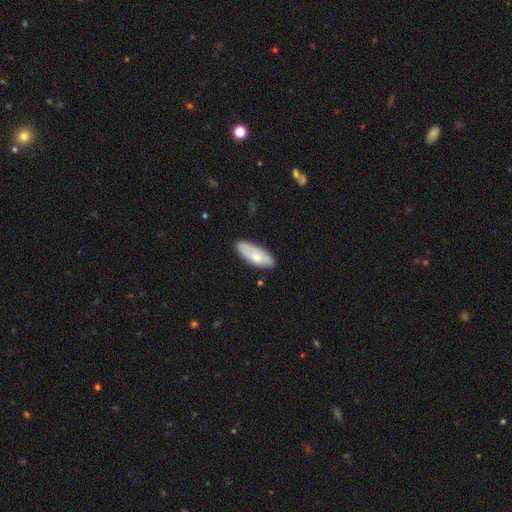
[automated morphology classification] Q: Smooth or featured?
A: smooth (69%); runner-up: featured or disk (25%)
Q: How rounded?
A: in between (78%); runner-up: cigar-shaped (20%)
Q: Merging?
A: none (77%); runner-up: minor disturbance (17%)